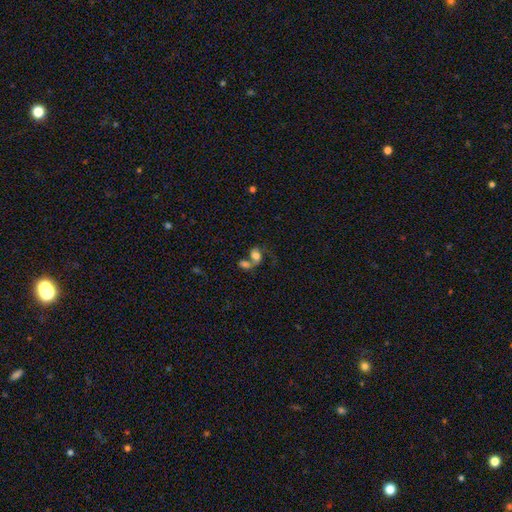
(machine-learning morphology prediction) smooth_or_featured: smooth (p=0.63) [alt: featured or disk p=0.25]
how_rounded: in between (p=0.69) [alt: round p=0.29]
merging: merger (p=0.57) [alt: none p=0.20]